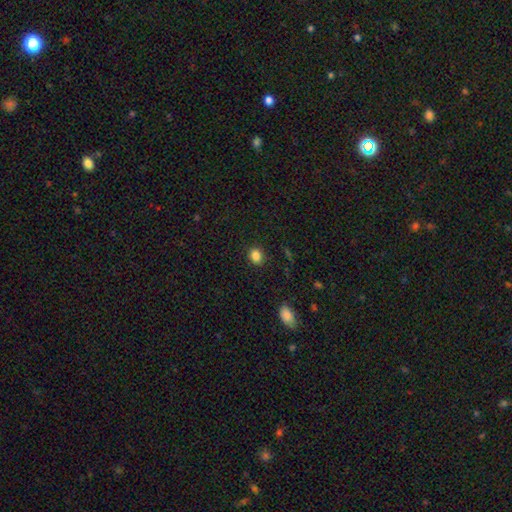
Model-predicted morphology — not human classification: Smooth or featured? smooth (85%)
How rounded? round (54%)
Merging? none (88%)